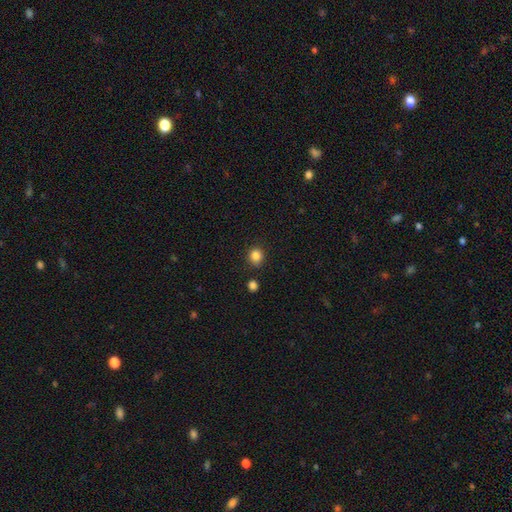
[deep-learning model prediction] The model was most divided on "how rounded": round: 81%, in between: 18%, cigar-shaped: 1%. More confident: merging — none (84%); smooth or featured — smooth (84%).